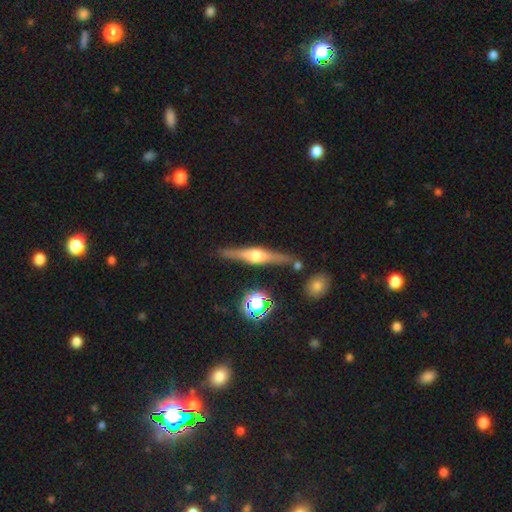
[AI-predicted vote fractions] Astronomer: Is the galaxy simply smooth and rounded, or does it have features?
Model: featured or disk — 75%.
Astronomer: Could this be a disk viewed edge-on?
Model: yes — 97%.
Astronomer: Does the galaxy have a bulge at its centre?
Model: rounded — 90%.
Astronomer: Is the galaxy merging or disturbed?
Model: none — 86%.